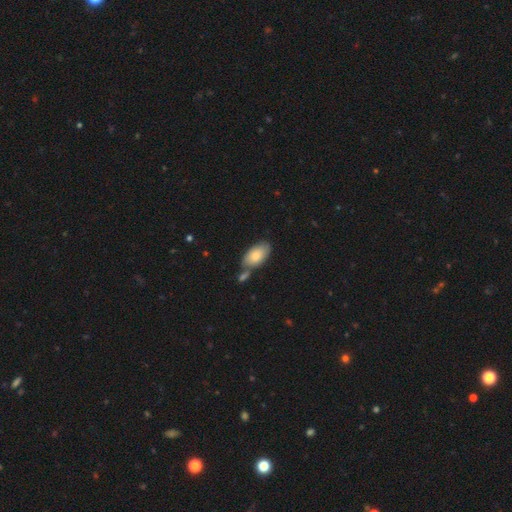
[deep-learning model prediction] Smooth or featured?
  - smooth: 79% *
  - featured or disk: 15%
  - star or artifact: 6%
How rounded?
  - in between: 94% *
  - round: 3%
  - cigar-shaped: 2%
Merging?
  - none: 57% *
  - merger: 23%
  - minor disturbance: 16%
  - major disturbance: 4%